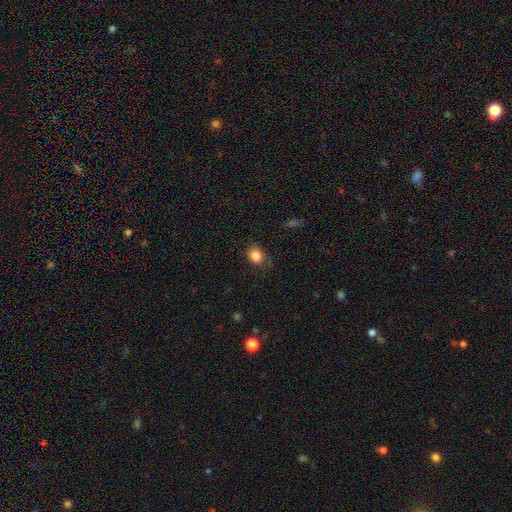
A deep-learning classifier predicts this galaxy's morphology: smooth-or-featured: smooth: 85% | star or artifact: 10% | featured or disk: 5%
  how-rounded: round: 60% | in between: 39% | cigar-shaped: 1%
  merging: none: 80% | minor disturbance: 15% | major disturbance: 4% | merger: 1%